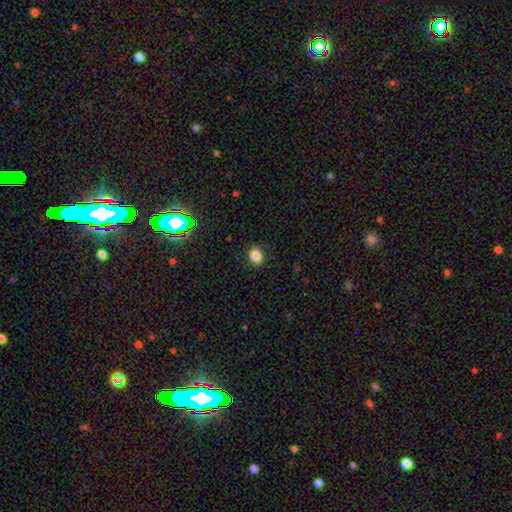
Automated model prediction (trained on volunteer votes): Overall: smooth (83%). How rounded: round (74%). Merging: none (89%).